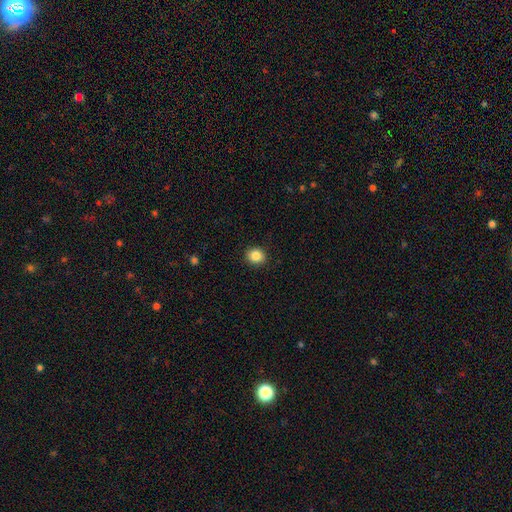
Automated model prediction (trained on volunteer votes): Morphology: type=smooth (86%); roundness=round (83%); merging=none (91%).